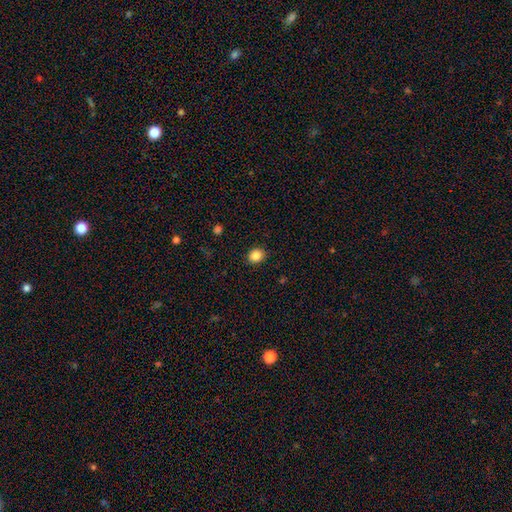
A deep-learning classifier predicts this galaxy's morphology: A smooth galaxy with no disk features (86%) that is round (70%). Merging: none (89%).